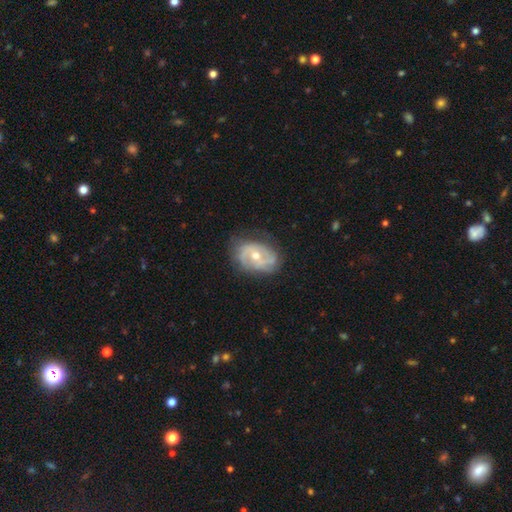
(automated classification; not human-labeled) smooth-or-featured: featured or disk: 79% | smooth: 15% | star or artifact: 6%
  disk-edge-on: no: 96% | yes: 4%
    bar: no: 61% | weak: 31% | strong: 8%
    has-spiral-arms: yes: 87% | no: 13%
      spiral-winding: tight: 44% | medium: 39% | loose: 17%
      spiral-arm-count: 2: 50% | can't tell: 25% | 3: 15% | 1: 4% | 4: 4% | more than 4: 3%
    bulge-size: moderate: 65% | small: 31% | large: 2% | none: 1% | dominant: 1%
  merging: none: 70% | minor disturbance: 21% | major disturbance: 7% | merger: 1%